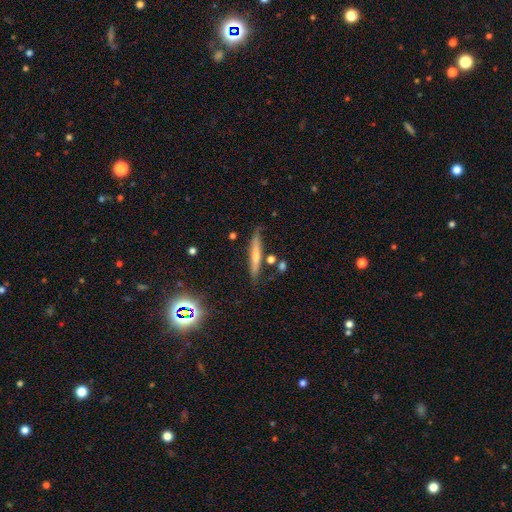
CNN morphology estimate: smooth-or-featured: smooth: 60% | featured or disk: 32% | star or artifact: 8%
  how-rounded: cigar-shaped: 91% | in between: 7% | round: 2%
  merging: none: 77% | minor disturbance: 15% | merger: 5% | major disturbance: 3%